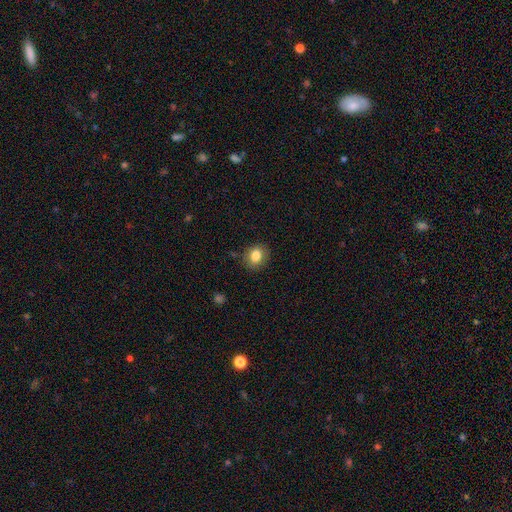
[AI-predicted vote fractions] smooth-or-featured: smooth: 83% | star or artifact: 9% | featured or disk: 8%
  how-rounded: round: 59% | in between: 40% | cigar-shaped: 1%
  merging: none: 85% | minor disturbance: 11% | major disturbance: 3% | merger: 1%